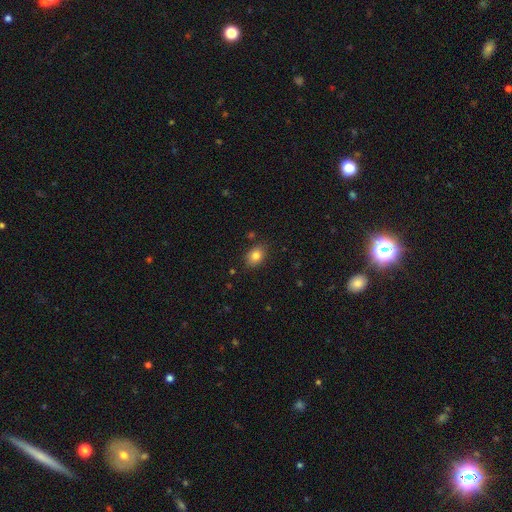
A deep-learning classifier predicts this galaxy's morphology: Smooth or featured? smooth (83%)
How rounded? in between (72%)
Merging? none (84%)